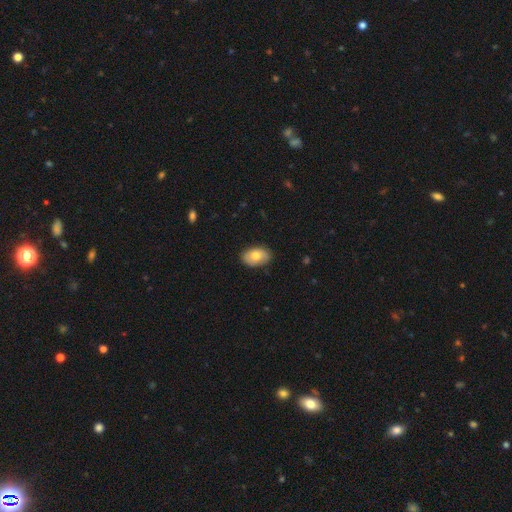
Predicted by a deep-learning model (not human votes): Smooth or featured? smooth (75%)
How rounded? in between (90%)
Merging? none (83%)